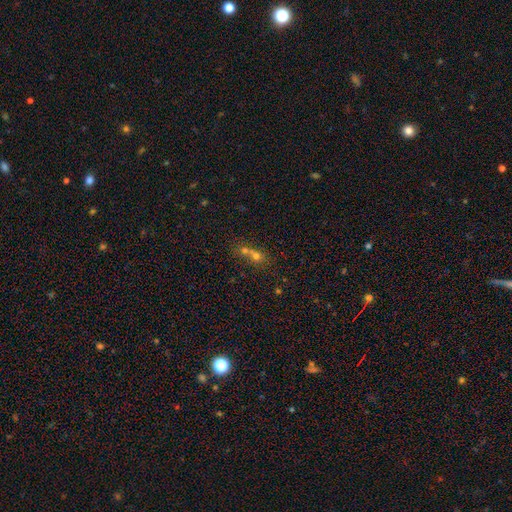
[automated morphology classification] This appears to be a smooth galaxy with no disk features (61%) that is round (68%). Merging: merger (67%).